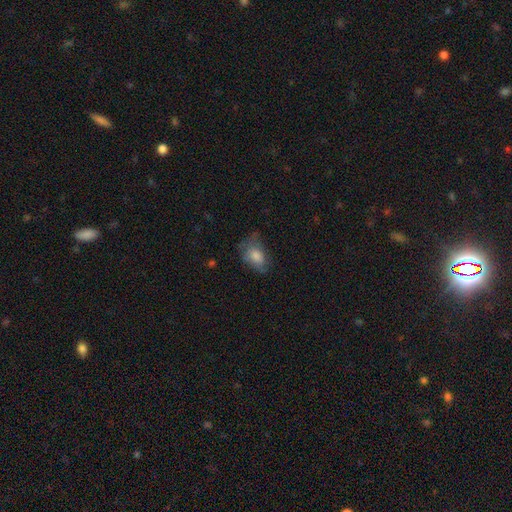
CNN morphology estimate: Q: Smooth or featured?
A: smooth (69%); runner-up: featured or disk (21%)
Q: How rounded?
A: in between (78%); runner-up: round (20%)
Q: Merging?
A: none (48%); runner-up: minor disturbance (30%)